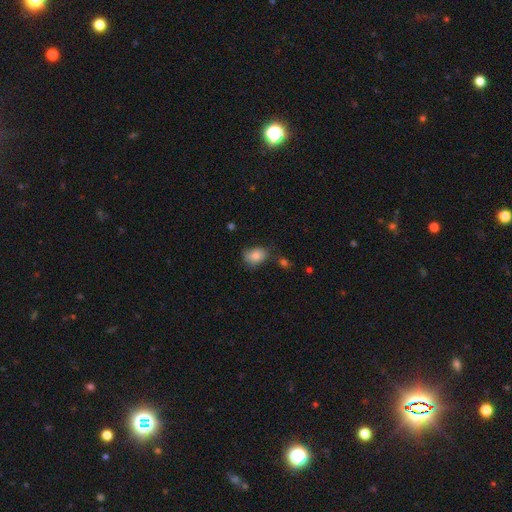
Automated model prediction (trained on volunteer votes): Smooth or featured? Predicted: smooth (p=0.81). How rounded? Predicted: in between (p=0.73). Merging? Predicted: none (p=0.57).